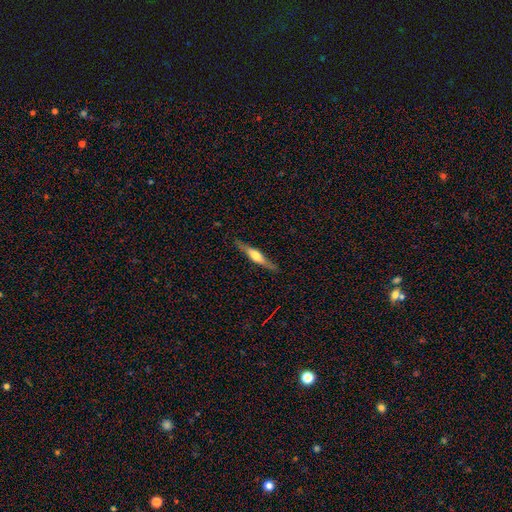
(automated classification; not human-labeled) This is likely a featured or disk galaxy (65%). It is clearly viewed edge-on (95%). Edge-on bulge: clearly rounded (83%). Merging: clearly none (86%).